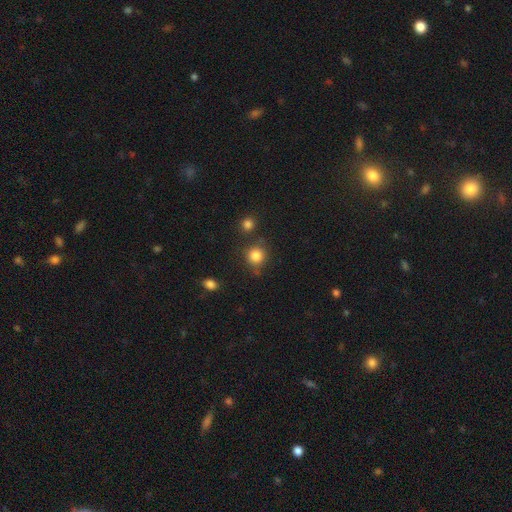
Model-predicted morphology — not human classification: type=smooth (84%); roundness=round (90%); merging=none (76%).